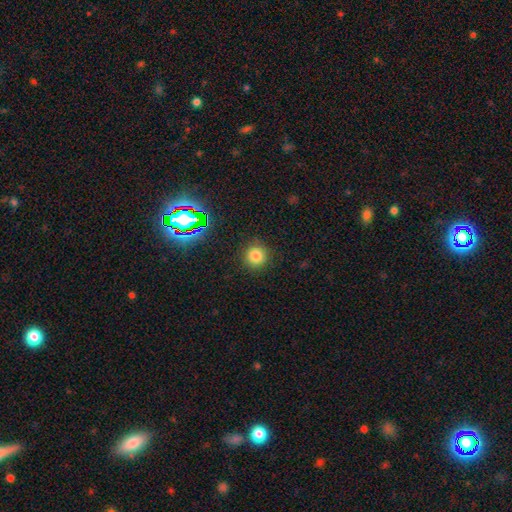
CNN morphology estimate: smooth_or_featured: smooth (p=0.78) [alt: star or artifact p=0.16]
how_rounded: round (p=0.93) [alt: in between p=0.06]
merging: none (p=0.89) [alt: minor disturbance p=0.07]